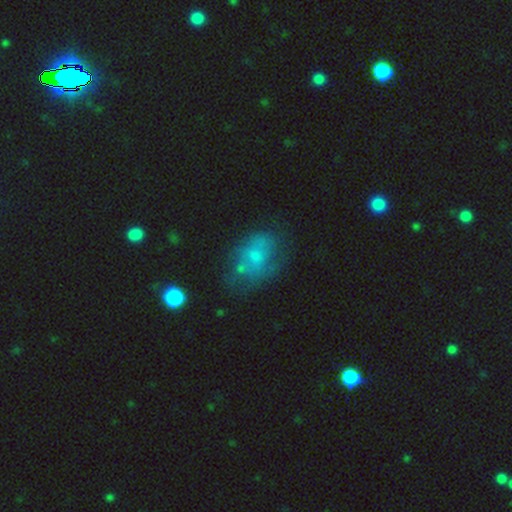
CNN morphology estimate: A smooth galaxy with no disk features (50%) that is in between round and cigar-shaped (67%). Merging: none (43%).